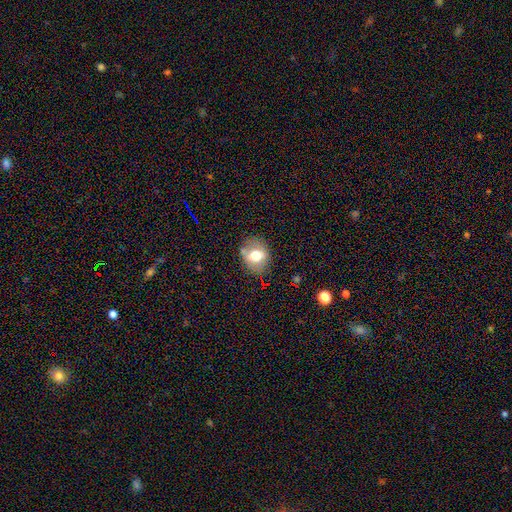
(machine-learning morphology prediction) A smooth galaxy with no disk features (64%) that is round (57%).

Vote fractions:
- Smooth or featured? smooth: 64% / featured or disk: 25% / star or artifact: 10%
- How rounded? round: 57% / in between: 42% / cigar-shaped: 1%
- Merging? none: 74% / minor disturbance: 17% / major disturbance: 5% / merger: 4%